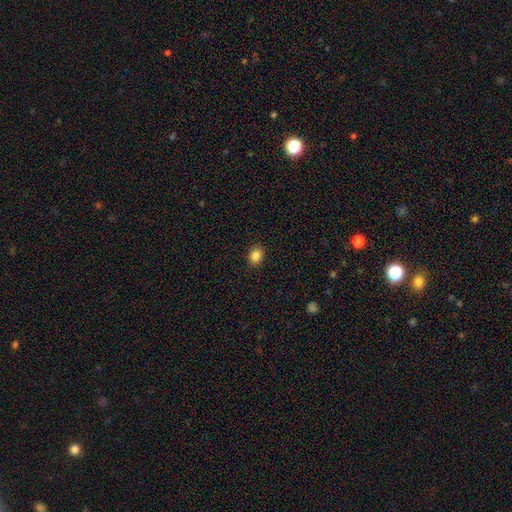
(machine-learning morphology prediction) Overall: smooth (85%). How rounded: in between (50%; round 49%). Merging: none (90%).